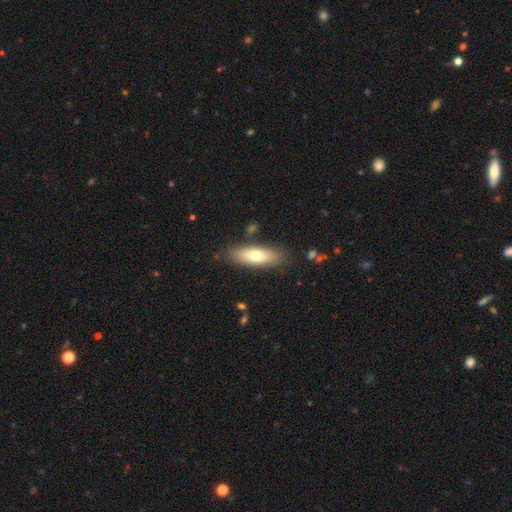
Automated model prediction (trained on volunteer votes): Smooth or featured: smooth — 68% (featured or disk — 26%)
How rounded: in between — 63% (cigar-shaped — 35%)
Merging: none — 84% (minor disturbance — 11%)